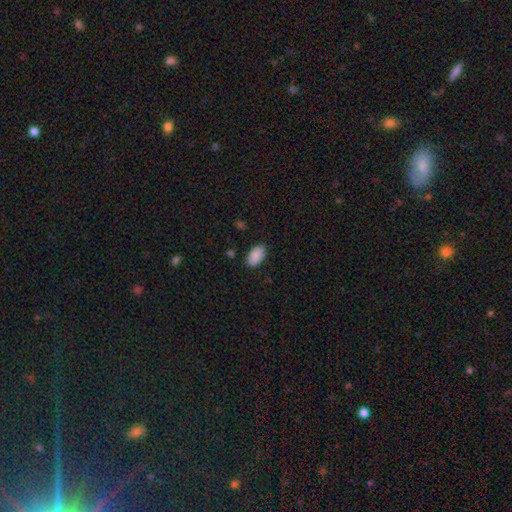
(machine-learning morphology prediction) smooth_or_featured: smooth (p=0.90) [alt: star or artifact p=0.07]
how_rounded: in between (p=0.95) [alt: round p=0.03]
merging: none (p=0.84) [alt: minor disturbance p=0.12]